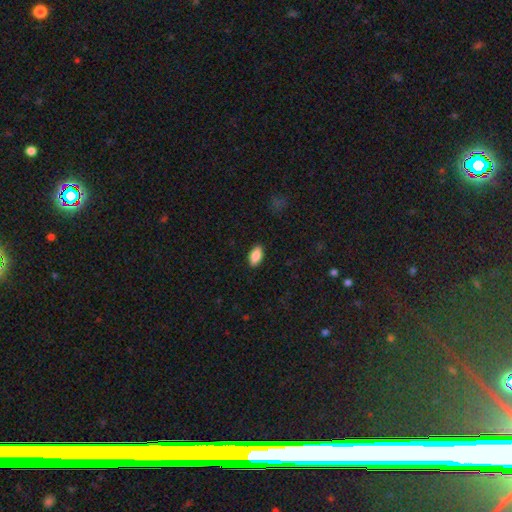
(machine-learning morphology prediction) A smooth galaxy with no disk features (88%) that is in between round and cigar-shaped (92%).

Vote fractions:
- Smooth or featured? smooth: 88% / star or artifact: 7% / featured or disk: 6%
- How rounded? in between: 92% / cigar-shaped: 6% / round: 3%
- Merging? none: 88% / minor disturbance: 9% / major disturbance: 2% / merger: 1%